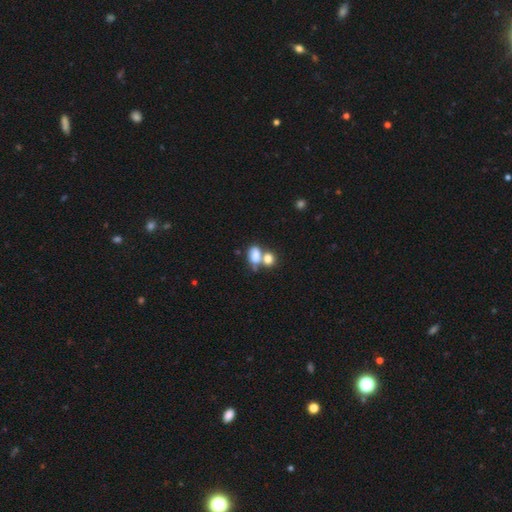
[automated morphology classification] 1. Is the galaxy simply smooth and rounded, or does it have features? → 76% smooth, 13% featured or disk, 11% star or artifact.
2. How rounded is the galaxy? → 77% in between, 21% round, 2% cigar-shaped.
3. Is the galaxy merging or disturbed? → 58% merger, 27% none, 10% minor disturbance, 6% major disturbance.